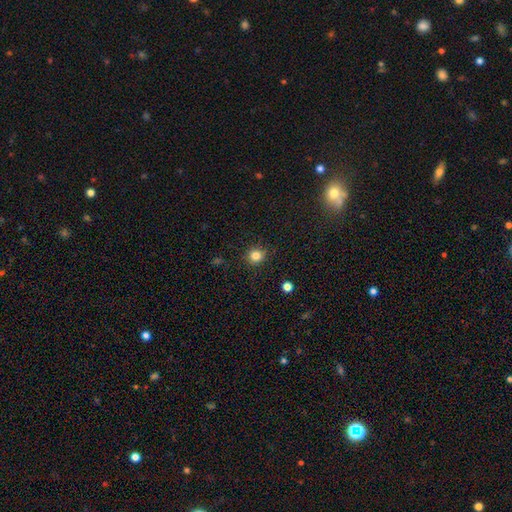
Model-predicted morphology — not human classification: Smooth or featured: smooth — 82% (star or artifact — 13%)
How rounded: round — 89% (in between — 10%)
Merging: none — 89% (minor disturbance — 7%)